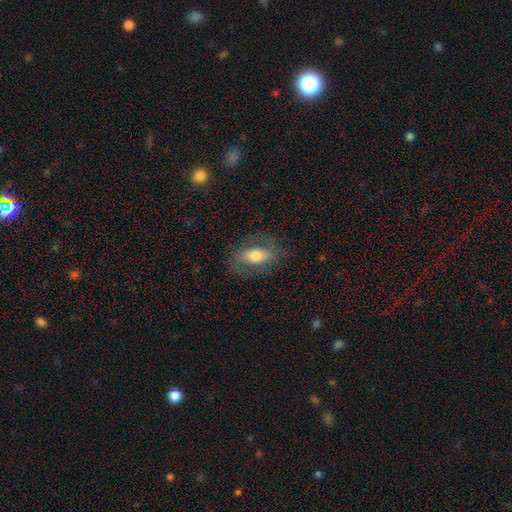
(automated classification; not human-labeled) The model was most divided on "smooth or featured": smooth: 56%, featured or disk: 36%, star or artifact: 8%. More confident: how rounded — in between (81%); merging — none (77%).